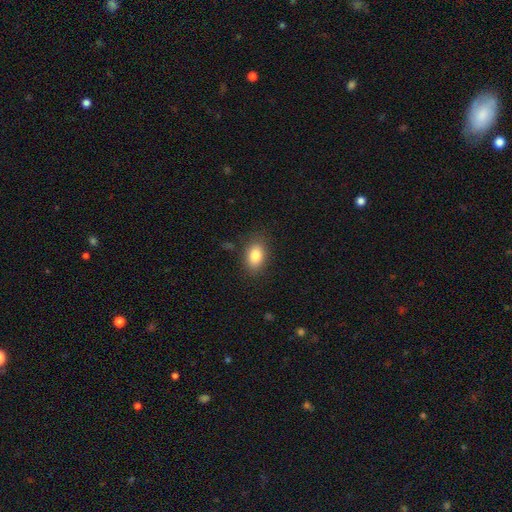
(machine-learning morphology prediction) The model was most divided on "how rounded": in between: 85%, round: 13%, cigar-shaped: 2%. More confident: merging — none (84%); smooth or featured — smooth (84%).